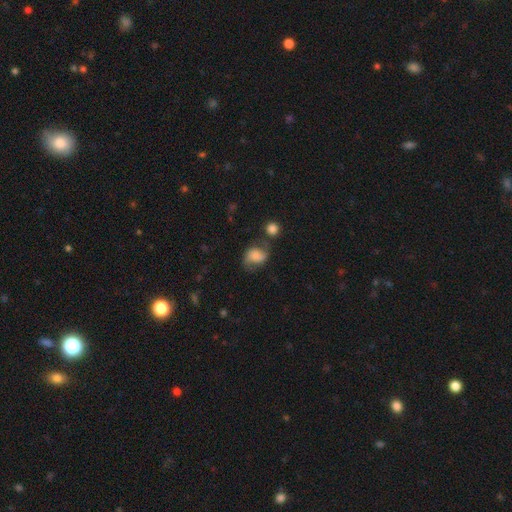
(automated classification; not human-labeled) smooth_or_featured: smooth (p=0.46) [alt: featured or disk p=0.44]
merging: none (p=0.53) [alt: minor disturbance p=0.24]